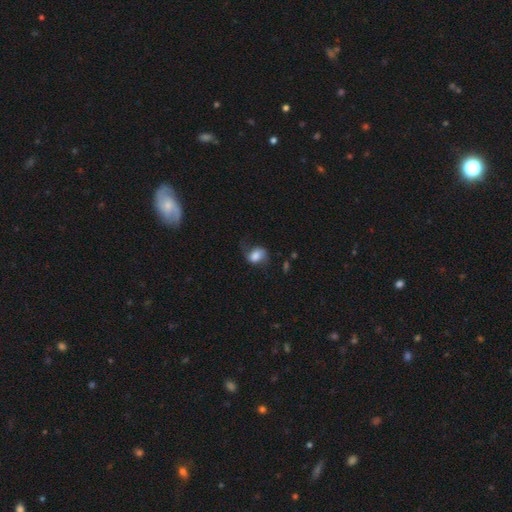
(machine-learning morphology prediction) A smooth galaxy with no disk features (68%) that is in between round and cigar-shaped (67%). Merging: none (49%).